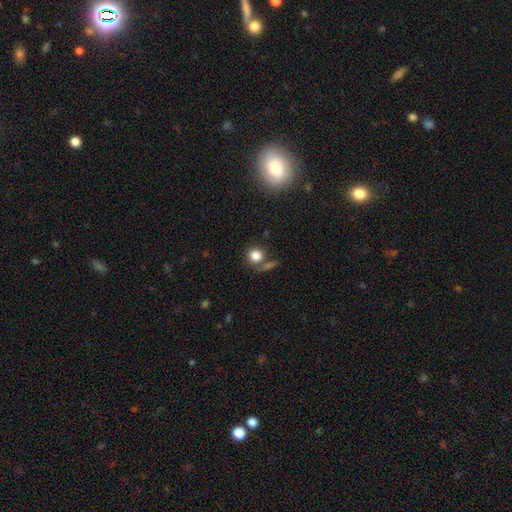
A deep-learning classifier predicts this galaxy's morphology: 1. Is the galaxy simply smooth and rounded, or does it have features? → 81% smooth, 12% star or artifact, 7% featured or disk.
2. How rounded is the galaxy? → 85% round, 14% in between, 2% cigar-shaped.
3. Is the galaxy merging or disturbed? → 66% none, 17% merger, 12% minor disturbance, 6% major disturbance.